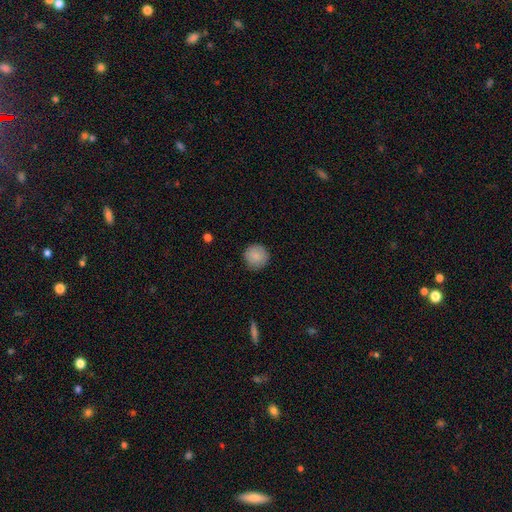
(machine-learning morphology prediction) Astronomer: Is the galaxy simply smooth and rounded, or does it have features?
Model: smooth — 88%.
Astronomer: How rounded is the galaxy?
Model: round — 95%.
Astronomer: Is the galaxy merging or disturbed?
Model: none — 89%.